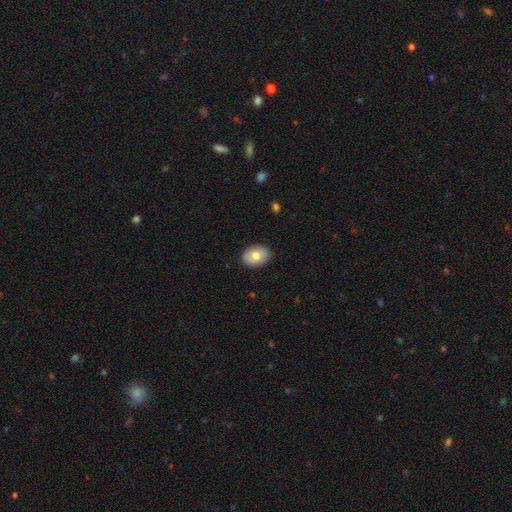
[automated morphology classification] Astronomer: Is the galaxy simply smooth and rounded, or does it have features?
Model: smooth — 77%.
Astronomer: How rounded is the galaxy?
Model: in between — 79%.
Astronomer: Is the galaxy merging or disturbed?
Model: none — 88%.